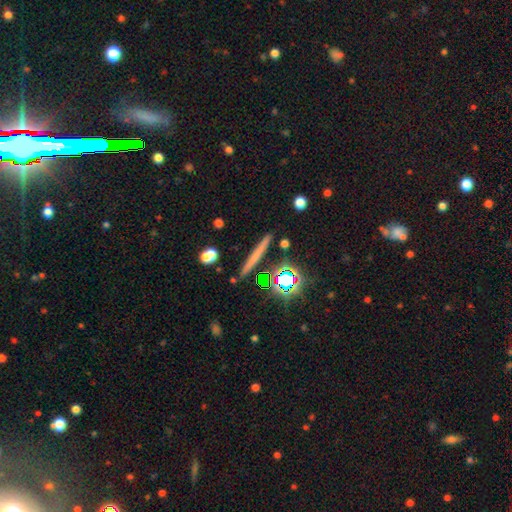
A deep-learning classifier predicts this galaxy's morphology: Smooth or featured? smooth (50%)
How rounded? cigar-shaped (88%)
Merging? none (87%)